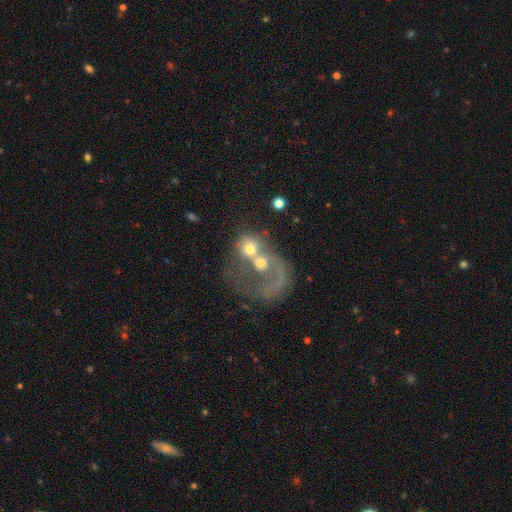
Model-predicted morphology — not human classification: Smooth or featured: featured or disk — 61% (smooth — 27%)
Edge-on disk: no — 97% (yes — 3%)
Bar: no — 82% (weak — 15%)
Spiral arms: yes — 51% (no — 49%)
Bulge size: moderate — 51% (small — 27%)
Merging: merger — 67% (major disturbance — 15%)